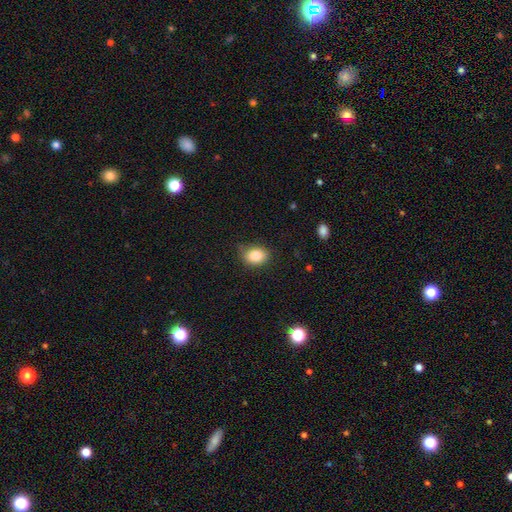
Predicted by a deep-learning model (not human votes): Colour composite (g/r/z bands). It shows a smooth galaxy with no disk features (84%) that is in between round and cigar-shaped (62%). Merging: none (79%).